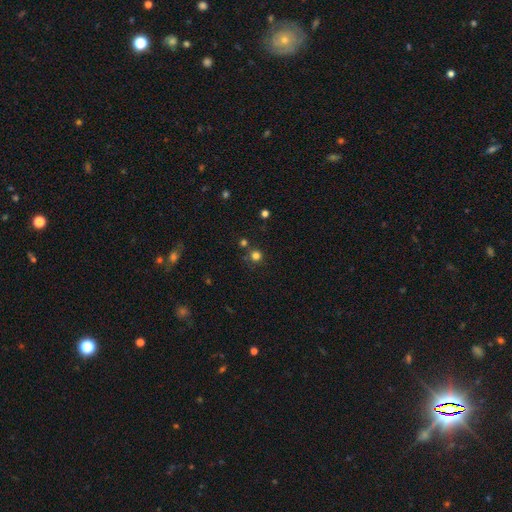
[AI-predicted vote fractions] Smooth or featured: smooth — 75% (star or artifact — 19%)
How rounded: round — 93% (in between — 6%)
Merging: none — 77% (merger — 11%)